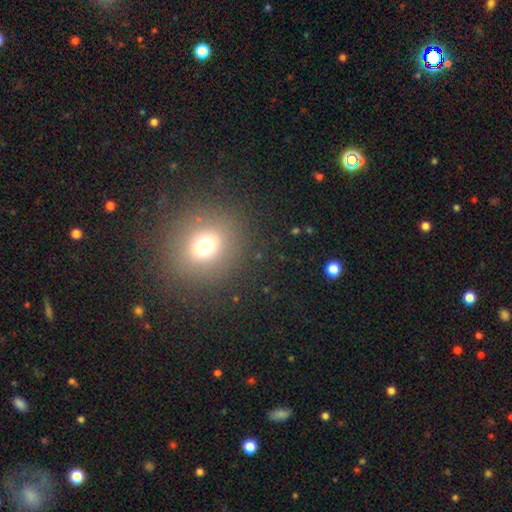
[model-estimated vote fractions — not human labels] Smooth or featured?
  - smooth: 68% *
  - star or artifact: 22%
  - featured or disk: 11%
How rounded?
  - round: 76% *
  - in between: 22%
  - cigar-shaped: 2%
Merging?
  - none: 90% *
  - minor disturbance: 6%
  - major disturbance: 3%
  - merger: 1%